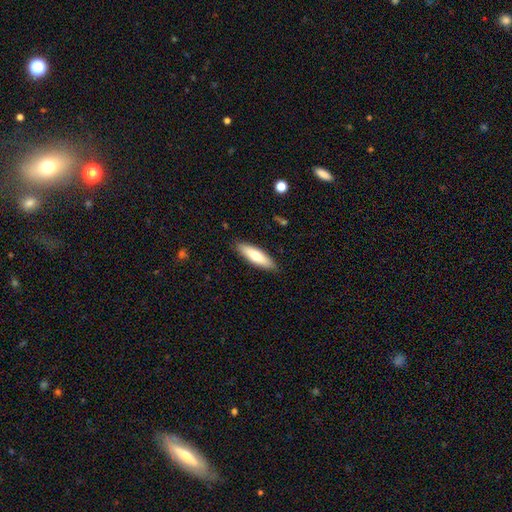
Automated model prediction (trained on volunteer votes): This is likely a smooth galaxy (70%). How rounded: likely cigar-shaped (61%). Merging: clearly none (88%).